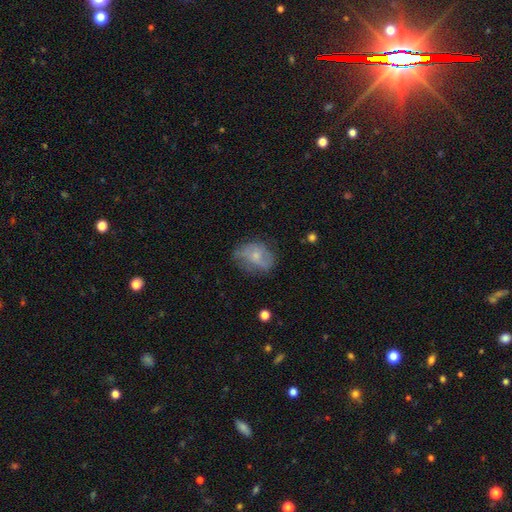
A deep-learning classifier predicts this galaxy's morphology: smooth-or-featured: smooth: 50% | featured or disk: 41% | star or artifact: 9%
  merging: none: 50% | minor disturbance: 31% | major disturbance: 17% | merger: 2%